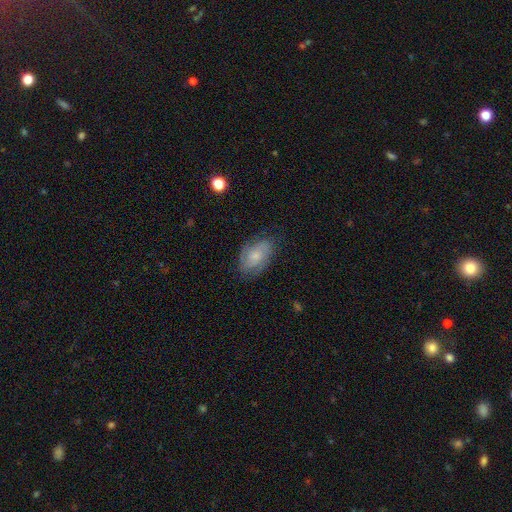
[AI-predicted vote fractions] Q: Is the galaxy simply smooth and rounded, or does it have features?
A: smooth — 51%.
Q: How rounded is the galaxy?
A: in between — 89%.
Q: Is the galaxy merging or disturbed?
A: none — 71%.